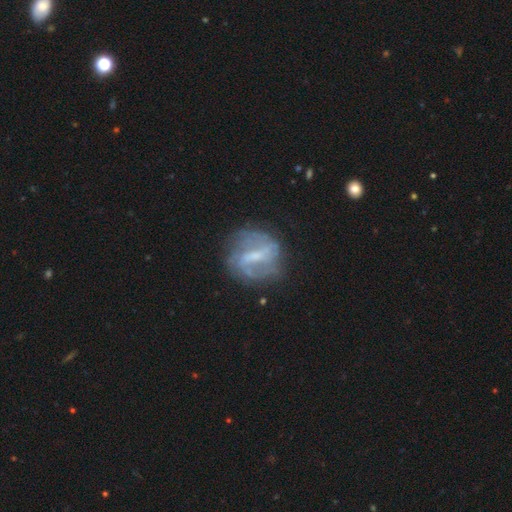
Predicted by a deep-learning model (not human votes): Overall: featured or disk (78%). Edge-on disk: no (96%). Bar: weak (48%; strong 40%). Spiral arms: yes (82%). Spiral arm count: 2 (58%; can't tell 26%). Spiral winding: medium (42%; tight 30%). Bulge size: small (47%; moderate 29%). Merging: none (71%).